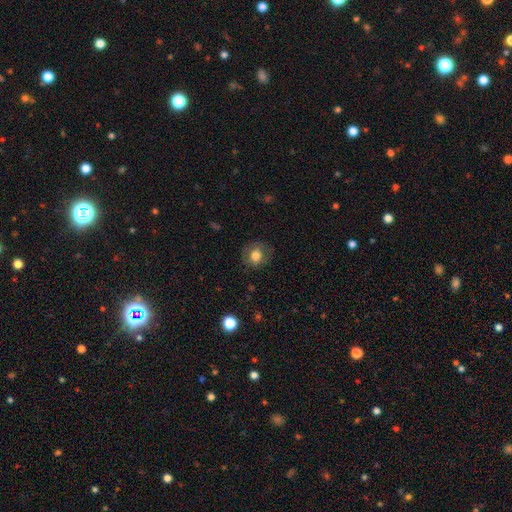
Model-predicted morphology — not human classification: Smooth or featured: smooth — 75% (featured or disk — 15%)
How rounded: round — 78% (in between — 21%)
Merging: none — 81% (minor disturbance — 13%)